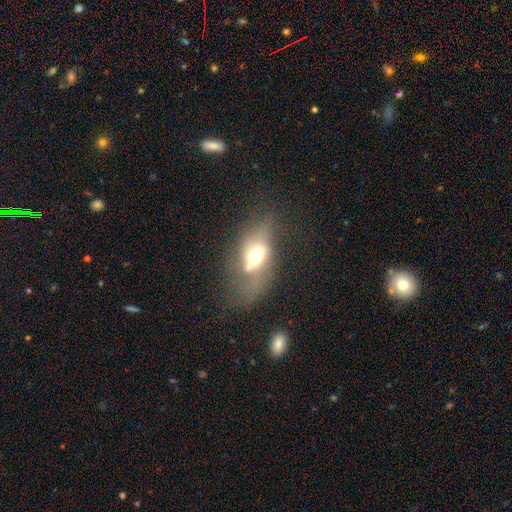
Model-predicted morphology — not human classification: Smooth or featured? featured or disk (49%)
Merging? none (39%)